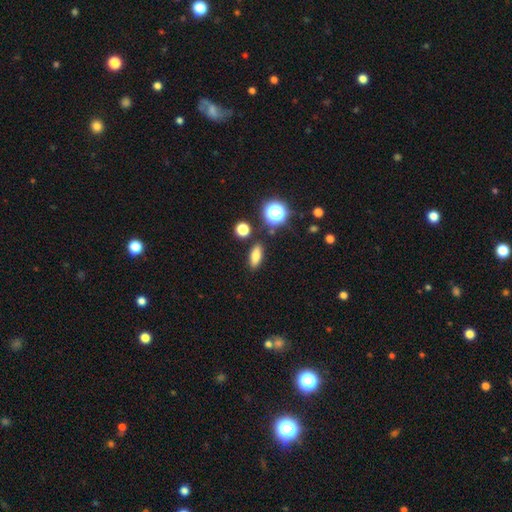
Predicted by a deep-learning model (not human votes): smooth_or_featured: smooth (p=0.77) [alt: star or artifact p=0.14]
how_rounded: in between (p=0.66) [alt: cigar-shaped p=0.23]
merging: none (p=0.86) [alt: minor disturbance p=0.08]